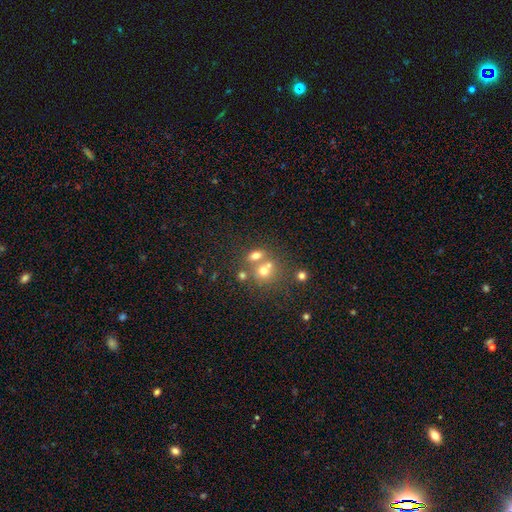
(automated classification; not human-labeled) Smooth or featured? smooth (64%)
How rounded? round (55%)
Merging? merger (46%)